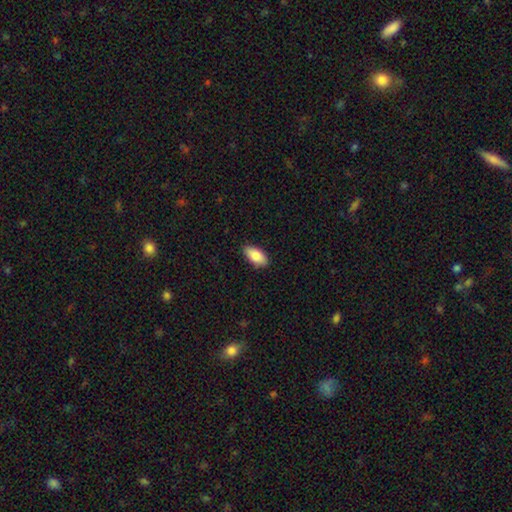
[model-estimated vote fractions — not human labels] Smooth or featured: smooth — 83% (featured or disk — 11%)
How rounded: in between — 91% (cigar-shaped — 6%)
Merging: none — 86% (minor disturbance — 11%)